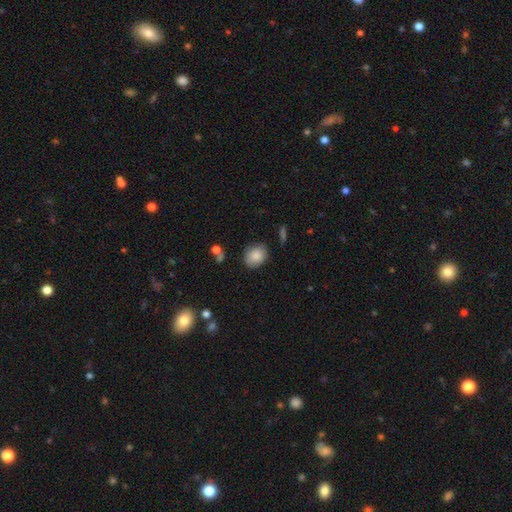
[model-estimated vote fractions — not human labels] A smooth galaxy with no disk features (86%) that is round (55%).

Vote fractions:
- Smooth or featured? smooth: 86% / star or artifact: 8% / featured or disk: 6%
- How rounded? round: 55% / in between: 44% / cigar-shaped: 1%
- Merging? none: 80% / minor disturbance: 15% / major disturbance: 3% / merger: 2%